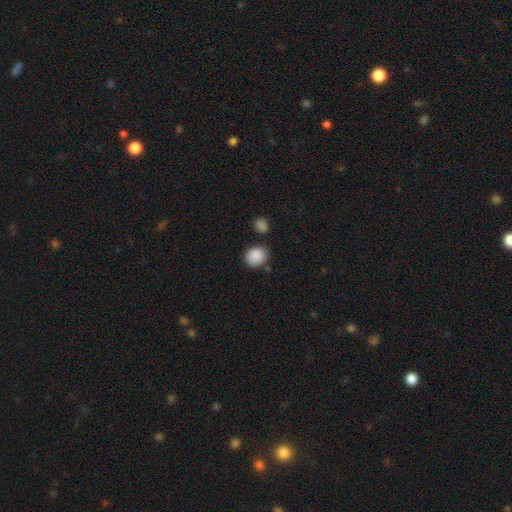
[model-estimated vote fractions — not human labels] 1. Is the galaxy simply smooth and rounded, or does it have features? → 89% smooth, 8% star or artifact, 3% featured or disk.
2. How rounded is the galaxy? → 62% round, 37% in between, 1% cigar-shaped.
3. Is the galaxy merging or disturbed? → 76% none, 13% minor disturbance, 7% merger, 4% major disturbance.